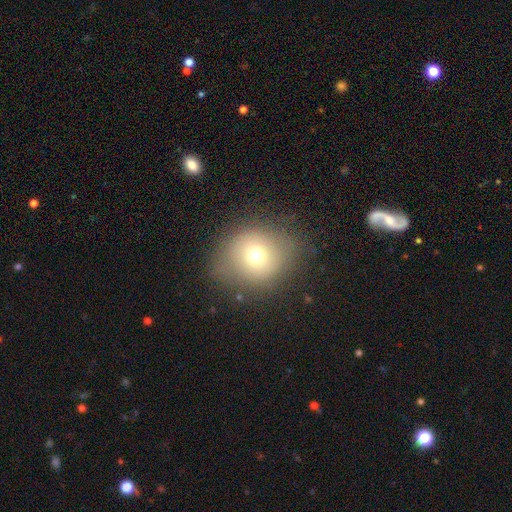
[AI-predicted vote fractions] The model was most divided on "how rounded": round: 65%, in between: 34%, cigar-shaped: 1%. More confident: merging — none (75%); smooth or featured — smooth (70%).